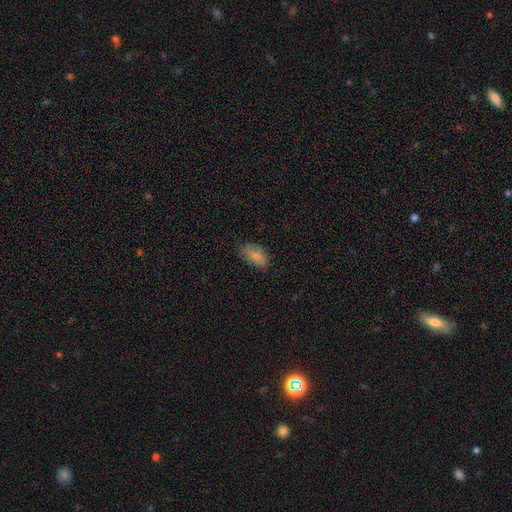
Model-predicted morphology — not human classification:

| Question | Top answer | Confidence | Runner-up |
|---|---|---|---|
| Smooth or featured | smooth | 82% | featured or disk (11%) |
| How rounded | in between | 92% | cigar-shaped (4%) |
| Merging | none | 72% | minor disturbance (23%) |